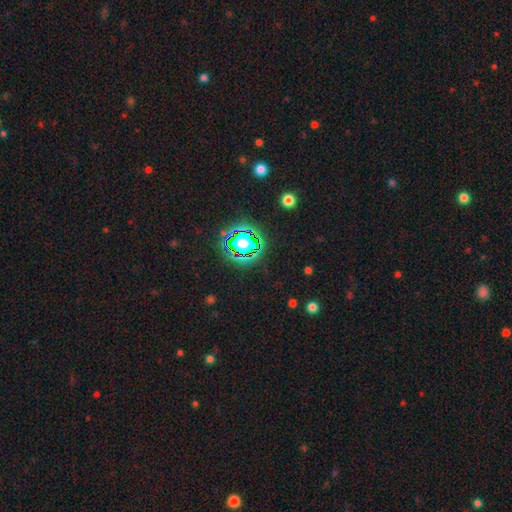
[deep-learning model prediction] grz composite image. It shows a star or artifact, not a galaxy (82%).